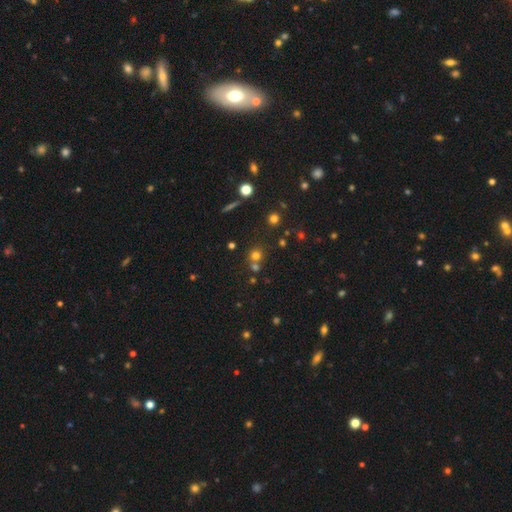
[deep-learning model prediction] Q: Smooth or featured?
A: smooth (66%); runner-up: star or artifact (24%)
Q: How rounded?
A: round (88%); runner-up: in between (11%)
Q: Merging?
A: none (59%); runner-up: merger (30%)